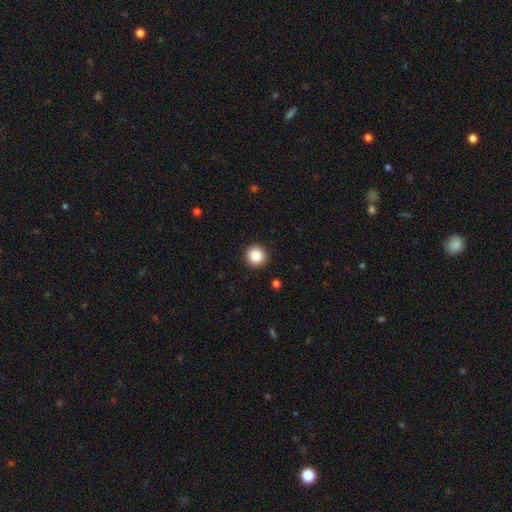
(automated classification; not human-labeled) Smooth or featured: smooth — 85% (star or artifact — 10%)
How rounded: round — 96% (in between — 3%)
Merging: none — 93% (minor disturbance — 5%)